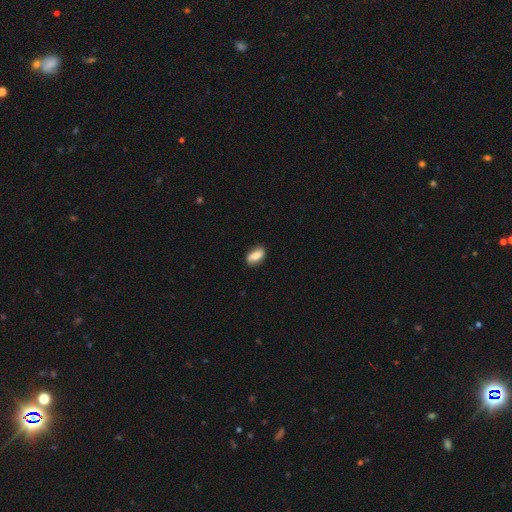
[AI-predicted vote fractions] A smooth galaxy with no disk features (69%) that is in between round and cigar-shaped (88%).

Vote fractions:
- Smooth or featured? smooth: 69% / featured or disk: 23% / star or artifact: 7%
- How rounded? in between: 88% / round: 7% / cigar-shaped: 6%
- Merging? none: 82% / minor disturbance: 14% / major disturbance: 3% / merger: 1%